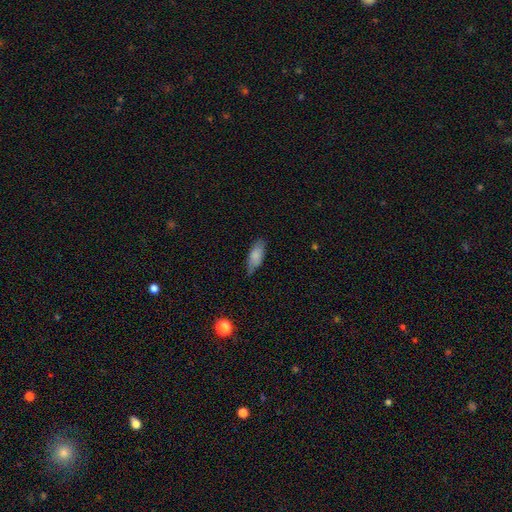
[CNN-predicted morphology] This appears to be a smooth galaxy with no disk features (79%) that is in between round and cigar-shaped (76%). Merging: none (66%).